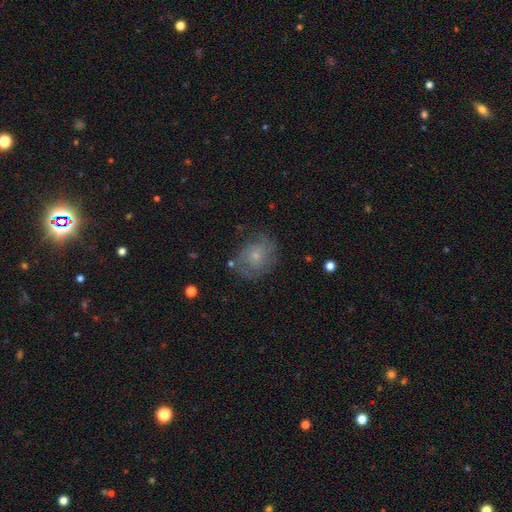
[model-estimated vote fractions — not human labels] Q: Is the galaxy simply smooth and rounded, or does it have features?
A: featured or disk — 51%.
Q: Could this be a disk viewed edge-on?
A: no — 97%.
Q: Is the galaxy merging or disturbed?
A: none — 67%.